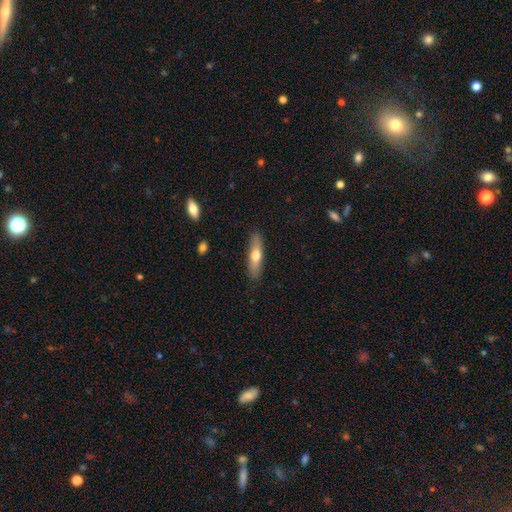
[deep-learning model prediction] The model was most divided on "smooth or featured": smooth: 60%, featured or disk: 35%, star or artifact: 6%. More confident: merging — none (87%); how rounded — cigar-shaped (71%).